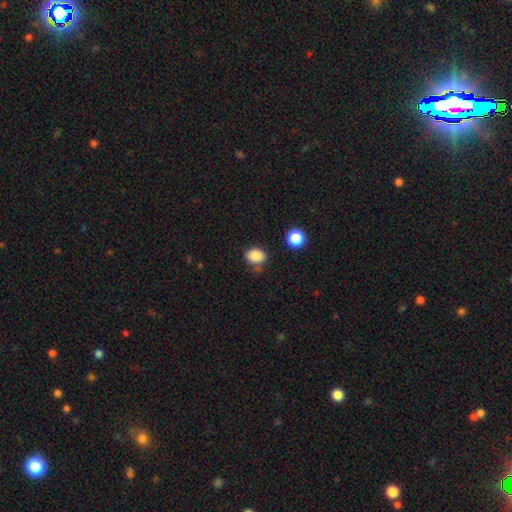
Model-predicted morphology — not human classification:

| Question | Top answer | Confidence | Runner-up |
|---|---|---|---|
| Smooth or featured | smooth | 86% | star or artifact (10%) |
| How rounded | in between | 60% | round (39%) |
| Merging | none | 72% | minor disturbance (18%) |